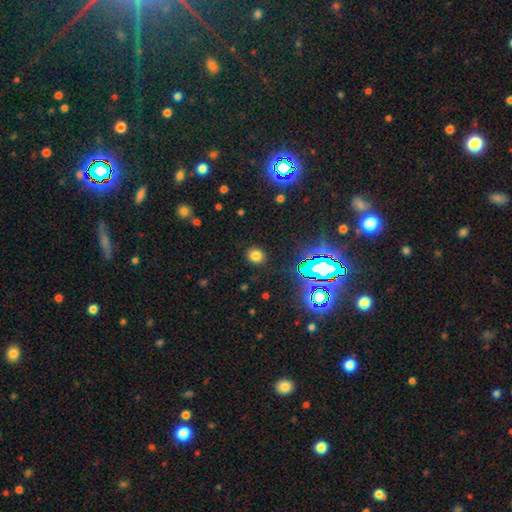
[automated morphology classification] smooth 74%, star or artifact 20%, featured or disk 6%. Down the decision tree: how rounded — round (84%); merging — none (89%).